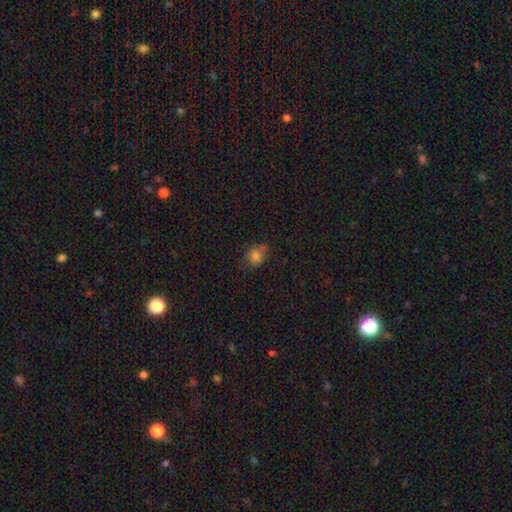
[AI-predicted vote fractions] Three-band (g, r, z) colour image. It shows a smooth galaxy with no disk features (75%) that is in between round and cigar-shaped (56%). Merging: none (62%).